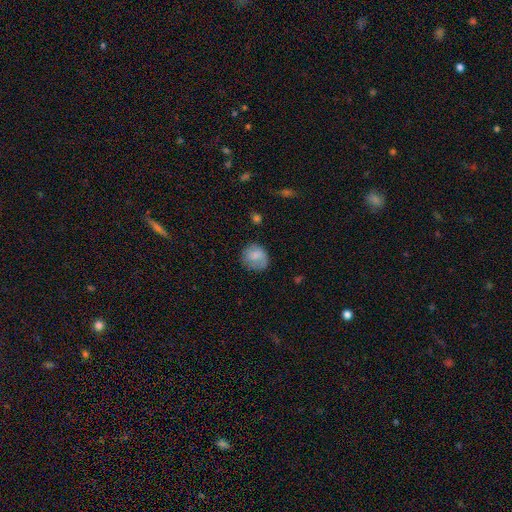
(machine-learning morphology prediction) smooth 76%, featured or disk 16%, star or artifact 8%. Down the decision tree: how rounded — round (78%); merging — none (65%).